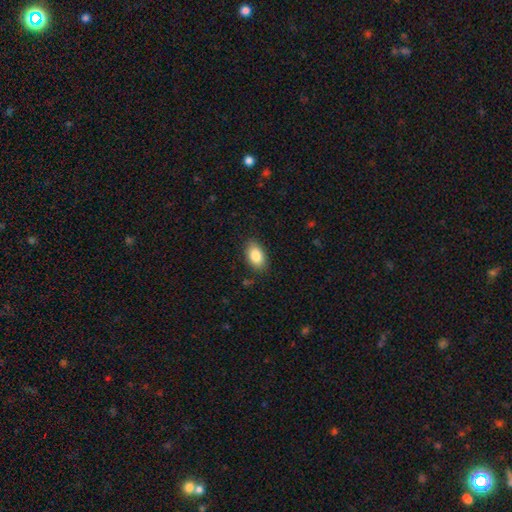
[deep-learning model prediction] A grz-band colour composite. It shows a smooth galaxy with no disk features (86%) that is in between round and cigar-shaped (92%). Merging: none (87%).